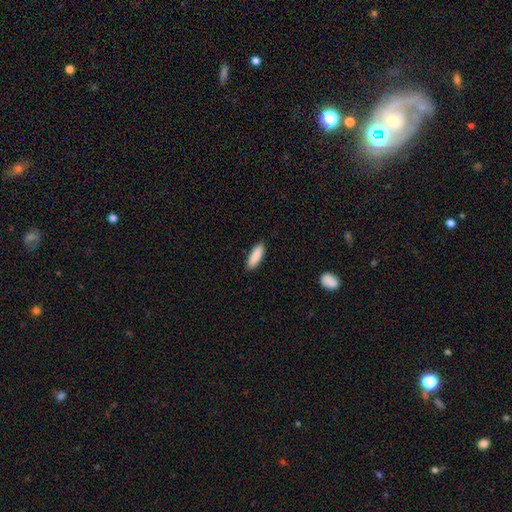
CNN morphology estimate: type=smooth (90%); roundness=in between (56%); merging=none (88%).